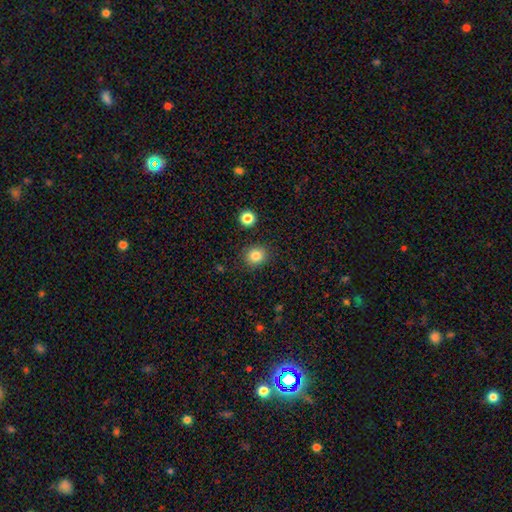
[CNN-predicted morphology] smooth_or_featured: smooth (p=0.83) [alt: star or artifact p=0.11]
how_rounded: round (p=0.81) [alt: in between p=0.18]
merging: none (p=0.88) [alt: minor disturbance p=0.08]